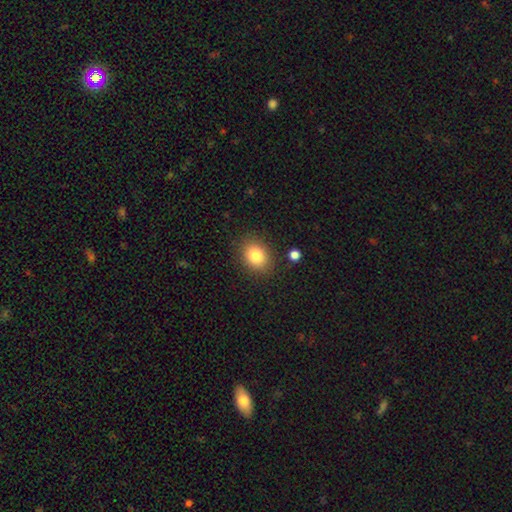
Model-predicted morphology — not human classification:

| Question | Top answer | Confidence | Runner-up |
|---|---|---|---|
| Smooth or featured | smooth | 84% | star or artifact (10%) |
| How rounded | in between | 51% | round (48%) |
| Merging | none | 85% | minor disturbance (10%) |